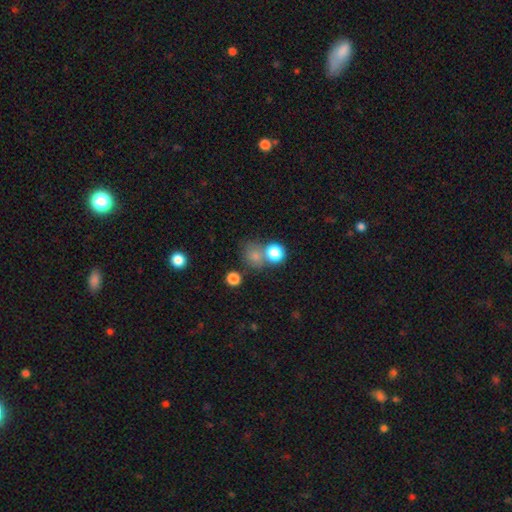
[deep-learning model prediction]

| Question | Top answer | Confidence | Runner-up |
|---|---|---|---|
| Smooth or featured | smooth | 75% | star or artifact (16%) |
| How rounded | round | 76% | in between (23%) |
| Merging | none | 54% | merger (28%) |